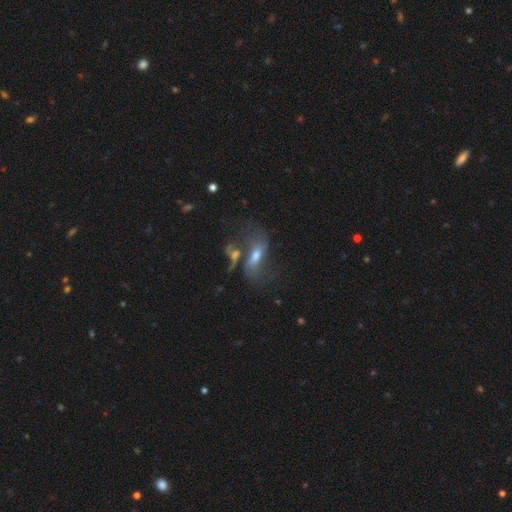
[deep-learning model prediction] Overall: featured or disk (57%; smooth 32%). Edge-on disk: no (81%). Merging: none (30%, tied with merger).